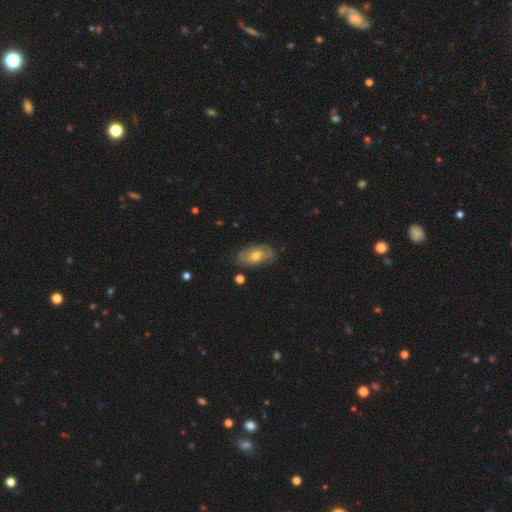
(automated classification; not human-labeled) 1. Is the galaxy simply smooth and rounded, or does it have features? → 48% smooth, 44% featured or disk, 8% star or artifact.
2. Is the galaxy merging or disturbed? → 73% none, 20% minor disturbance, 5% major disturbance, 2% merger.